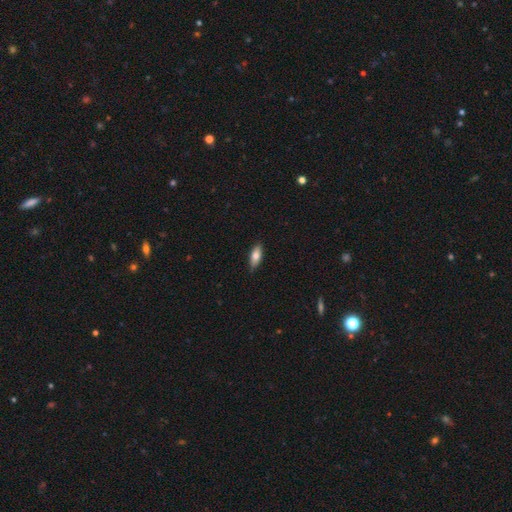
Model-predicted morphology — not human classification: Overall: smooth (74%). How rounded: in between (77%). Merging: none (86%).